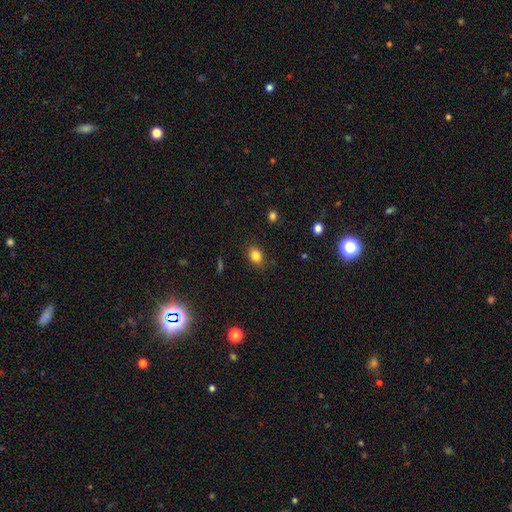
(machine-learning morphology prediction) The model was most divided on "how rounded": in between: 63%, round: 36%, cigar-shaped: 1%. More confident: merging — none (85%); smooth or featured — smooth (83%).